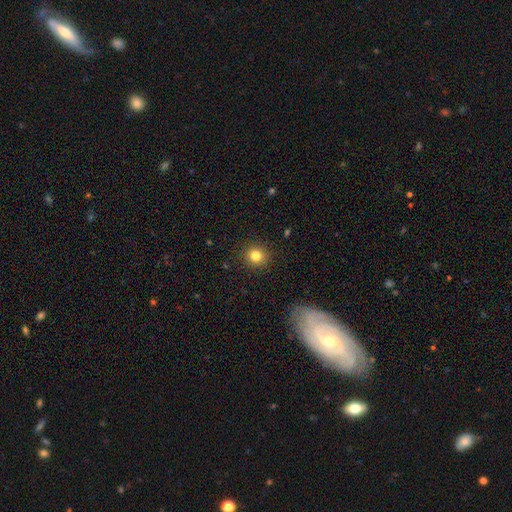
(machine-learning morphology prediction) Smooth or featured? smooth (82%)
How rounded? round (90%)
Merging? none (90%)